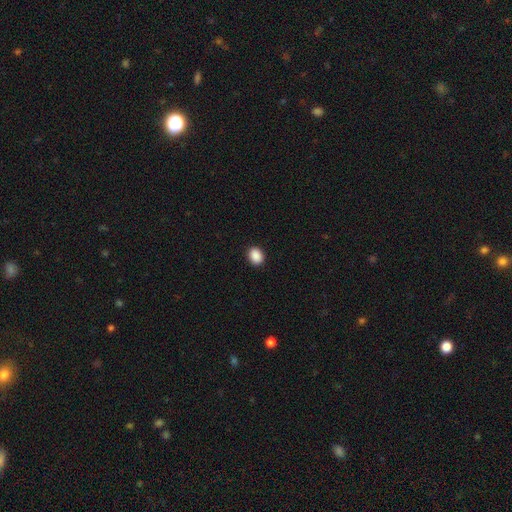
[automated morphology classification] A smooth galaxy with no disk features (90%) that is in between round and cigar-shaped (54%).

Vote fractions:
- Smooth or featured? smooth: 90% / star or artifact: 8% / featured or disk: 2%
- How rounded? in between: 54% / round: 45% / cigar-shaped: 1%
- Merging? none: 91% / minor disturbance: 6% / major disturbance: 2% / merger: 1%